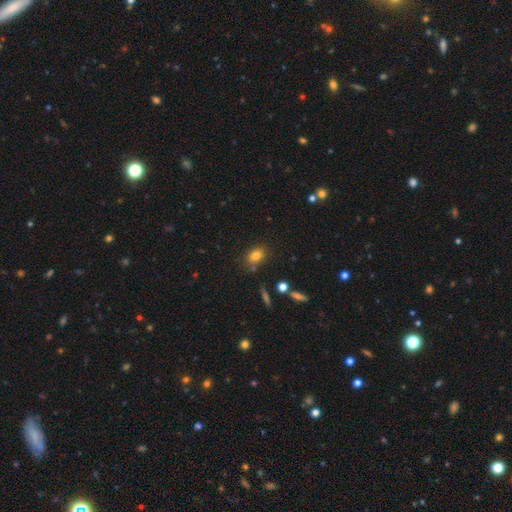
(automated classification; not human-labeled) The model was most divided on "how rounded": in between: 67%, round: 31%, cigar-shaped: 2%. More confident: smooth or featured — smooth (79%); merging — none (76%).